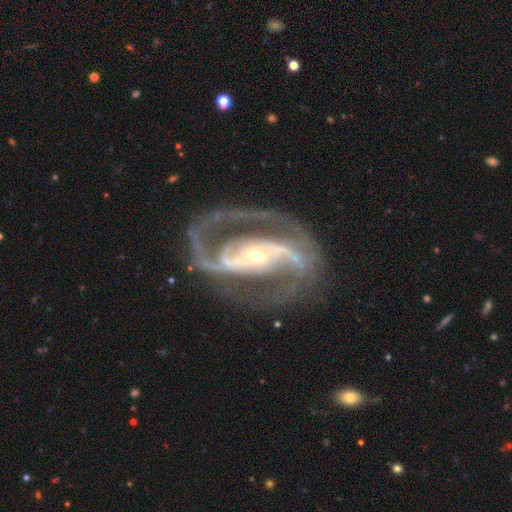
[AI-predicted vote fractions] This is clearly a featured or disk galaxy (92%). It is clearly not viewed edge-on (97%). Bar: possibly strong (49%). Spiral arm pattern: clearly yes (97%). Spiral arm count: clearly 2 (91%). Spiral winding: possibly medium (60%). Central bulge: possibly small (55%). Merging: likely none (76%).